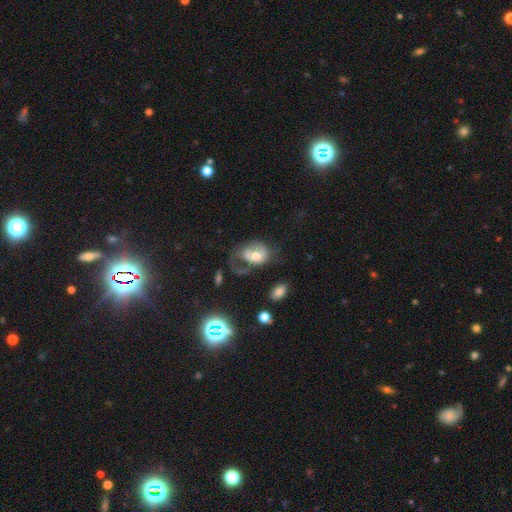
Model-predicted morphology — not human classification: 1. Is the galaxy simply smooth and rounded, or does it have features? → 46% smooth, 44% featured or disk, 10% star or artifact.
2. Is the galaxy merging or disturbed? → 52% major disturbance, 22% none, 20% minor disturbance, 6% merger.